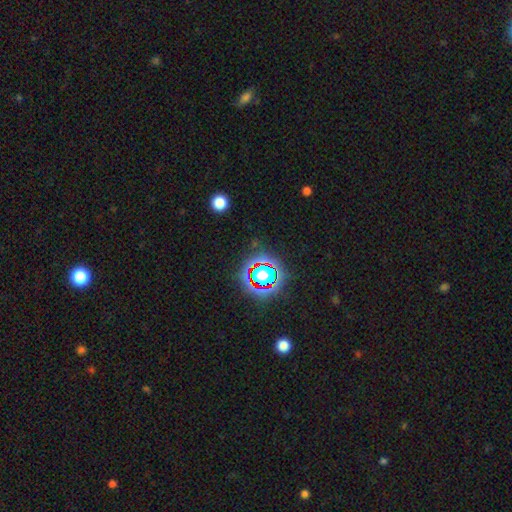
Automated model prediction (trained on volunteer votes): Overall: star or artifact (79%).